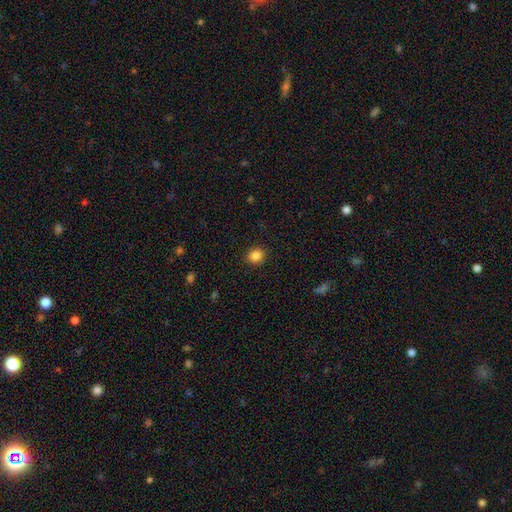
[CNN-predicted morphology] This is clearly a smooth galaxy (85%). How rounded: clearly round (83%). Merging: clearly none (91%).